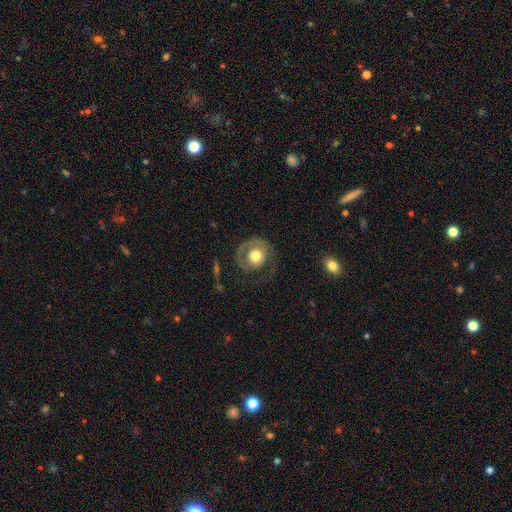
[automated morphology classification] Smooth or featured? featured or disk (48%)
Merging? none (50%)